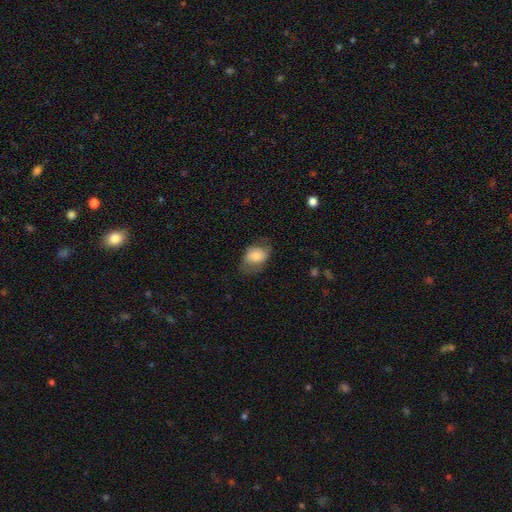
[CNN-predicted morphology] smooth_or_featured: smooth (p=0.70) [alt: featured or disk p=0.23]
how_rounded: in between (p=0.76) [alt: round p=0.22]
merging: none (p=0.62) [alt: minor disturbance p=0.24]